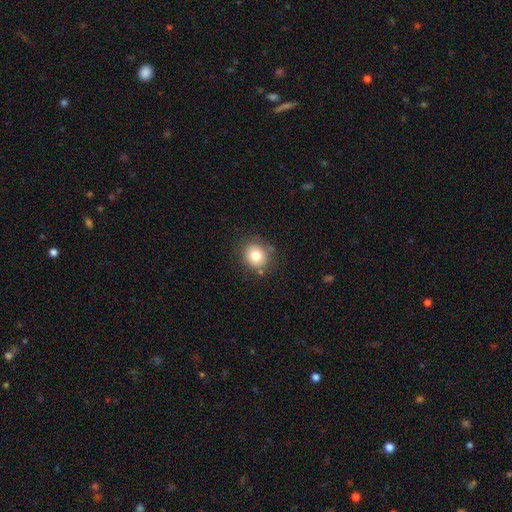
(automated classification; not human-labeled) smooth_or_featured: smooth (p=0.79) [alt: star or artifact p=0.11]
how_rounded: round (p=0.81) [alt: in between p=0.18]
merging: none (p=0.80) [alt: minor disturbance p=0.13]